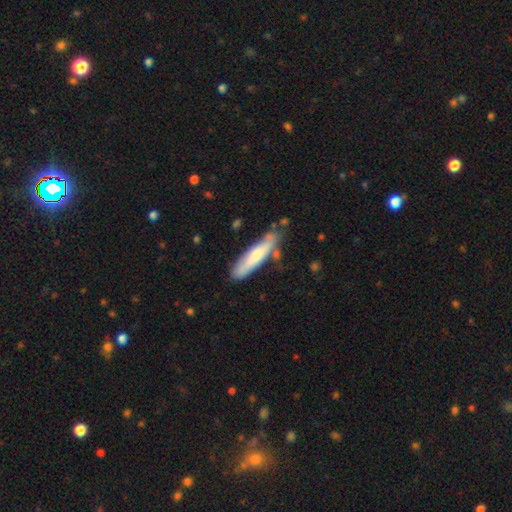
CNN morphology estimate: Overall: smooth (61%; featured or disk 34%). How rounded: cigar-shaped (80%). Merging: none (71%).